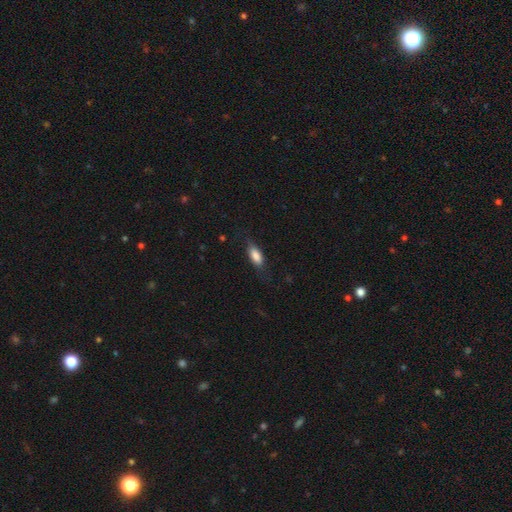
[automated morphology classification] The model was most divided on "merging": none: 70%, minor disturbance: 21%, major disturbance: 8%, merger: 1%. More confident: smooth or featured — smooth (80%); how rounded — in between (78%).